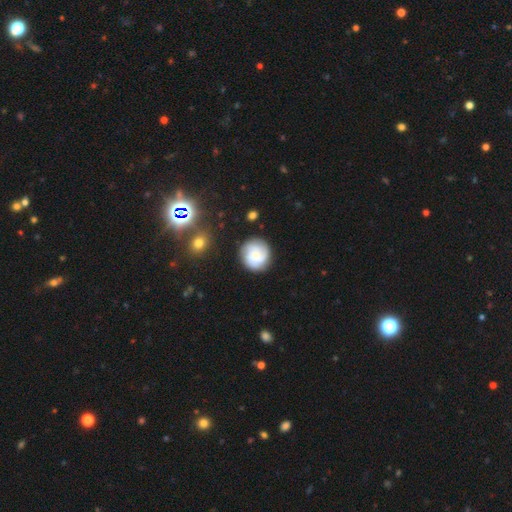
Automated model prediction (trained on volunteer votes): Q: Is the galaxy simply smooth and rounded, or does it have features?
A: featured or disk — 63%.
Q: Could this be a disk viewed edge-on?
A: no — 98%.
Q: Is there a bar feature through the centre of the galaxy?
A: no — 73%.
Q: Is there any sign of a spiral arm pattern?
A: yes — 94%.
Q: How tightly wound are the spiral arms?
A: tight — 52%.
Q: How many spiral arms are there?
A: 3 — 49%.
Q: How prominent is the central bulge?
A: small — 59%.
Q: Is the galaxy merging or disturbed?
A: none — 82%.